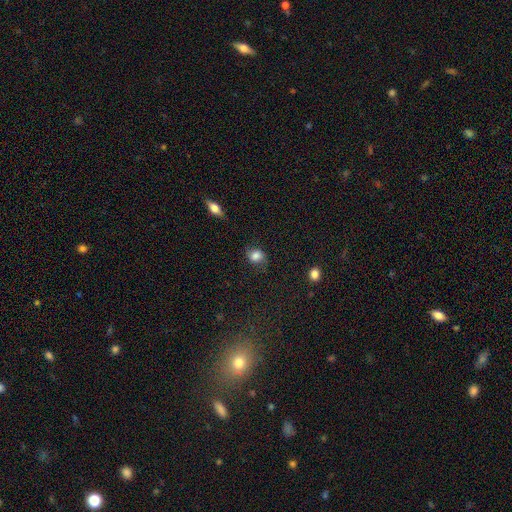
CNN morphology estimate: smooth-or-featured: smooth: 75% | featured or disk: 16% | star or artifact: 10%
  how-rounded: round: 61% | in between: 38% | cigar-shaped: 1%
  merging: none: 70% | minor disturbance: 22% | major disturbance: 7% | merger: 1%